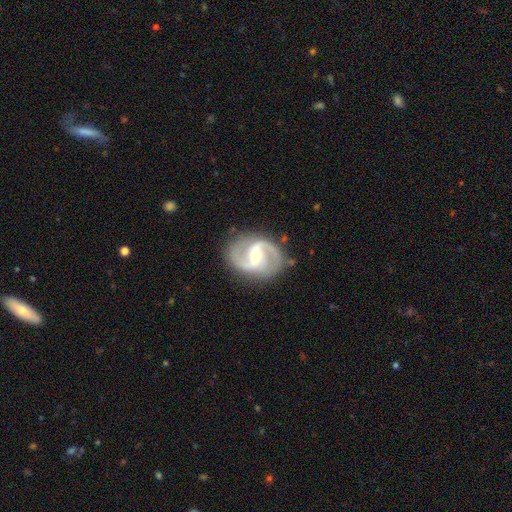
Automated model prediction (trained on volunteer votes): A featured or disk galaxy (92%) with a weak bar (45%), 2 (94%) medium (58%) spiral arms (98%) and a small central bulge (49%). Merging: none (85%).